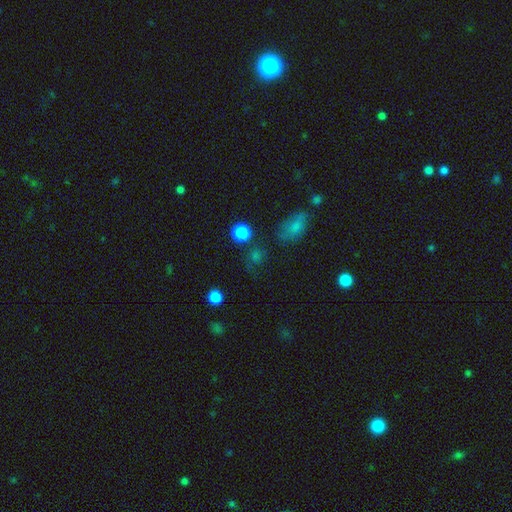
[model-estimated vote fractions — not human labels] Smooth or featured?
  - smooth: 62% *
  - star or artifact: 29%
  - featured or disk: 9%
How rounded?
  - round: 79% *
  - in between: 18%
  - cigar-shaped: 2%
Merging?
  - none: 72% *
  - minor disturbance: 13%
  - merger: 7%
  - major disturbance: 7%